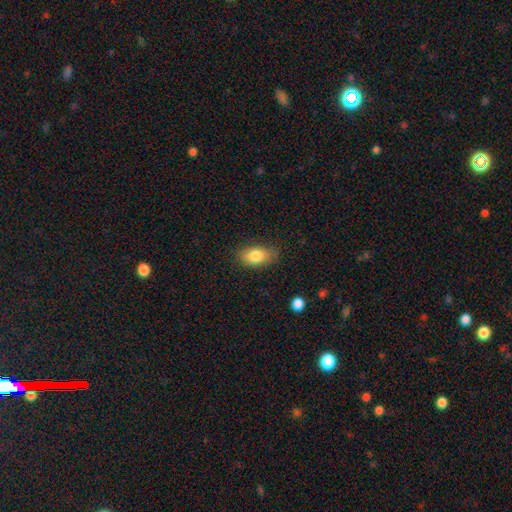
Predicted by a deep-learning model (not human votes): The model was most divided on "merging": none: 79%, minor disturbance: 16%, major disturbance: 4%, merger: 1%. More confident: how rounded — in between (89%); smooth or featured — smooth (81%).